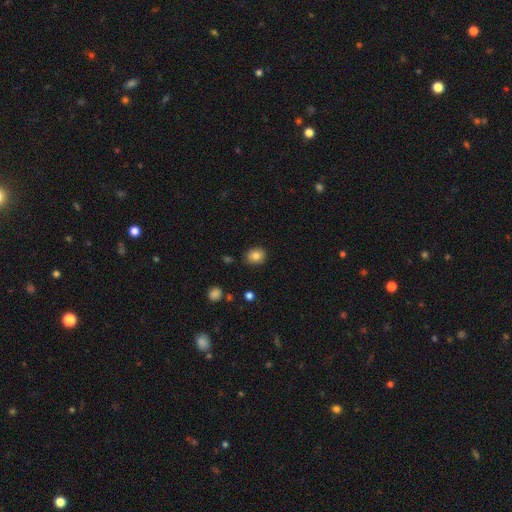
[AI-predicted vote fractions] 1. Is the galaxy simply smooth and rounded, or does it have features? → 83% smooth, 10% star or artifact, 7% featured or disk.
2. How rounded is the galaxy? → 72% round, 27% in between, 1% cigar-shaped.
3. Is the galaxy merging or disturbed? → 85% none, 11% minor disturbance, 2% major disturbance, 2% merger.